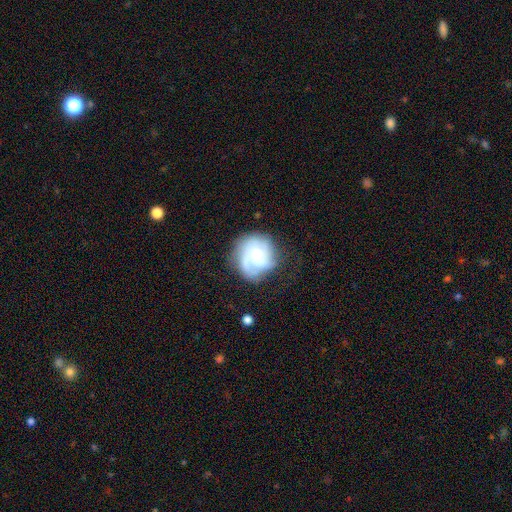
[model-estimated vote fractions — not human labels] featured or disk 70%, smooth 24%, star or artifact 7%. Down the decision tree: edge-on disk — no (98%); bar — no (62%); spiral arms — yes (91%); spiral arm count — 3 (29%); spiral winding — tight (48%); bulge size — moderate (46%); merging — none (62%).